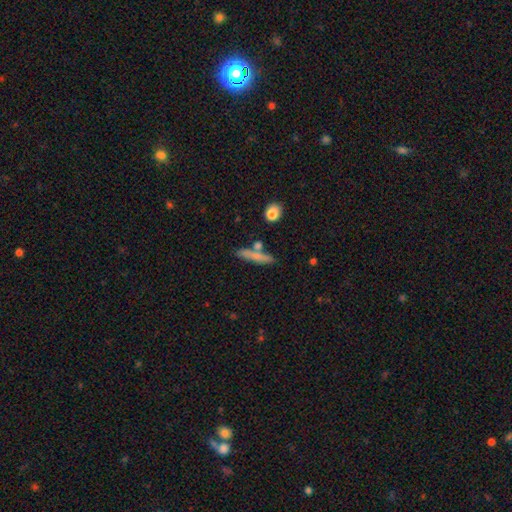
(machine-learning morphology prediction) This appears to be a smooth galaxy with no disk features (68%) that is cigar-shaped (86%). Merging: none (73%).